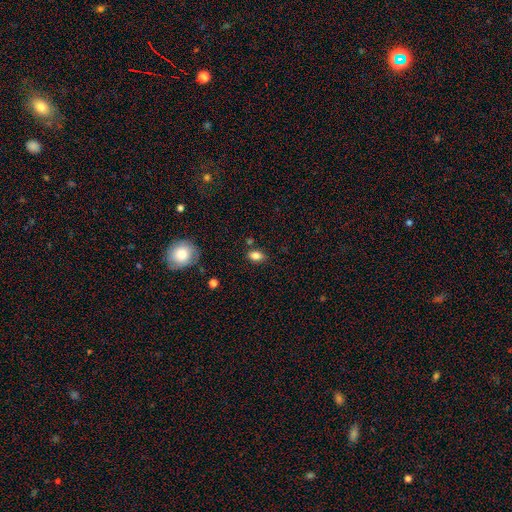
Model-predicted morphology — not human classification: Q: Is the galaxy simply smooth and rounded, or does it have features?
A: smooth — 83%.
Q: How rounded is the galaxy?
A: in between — 84%.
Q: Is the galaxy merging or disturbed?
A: none — 77%.